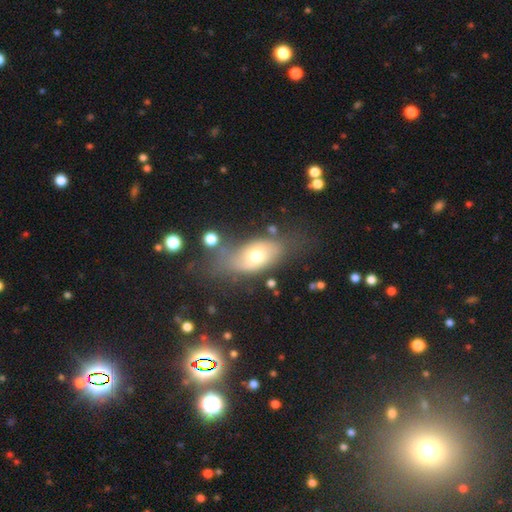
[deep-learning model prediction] Smooth or featured: smooth — 57% (featured or disk — 33%)
How rounded: in between — 84% (round — 10%)
Merging: none — 49% (minor disturbance — 25%)